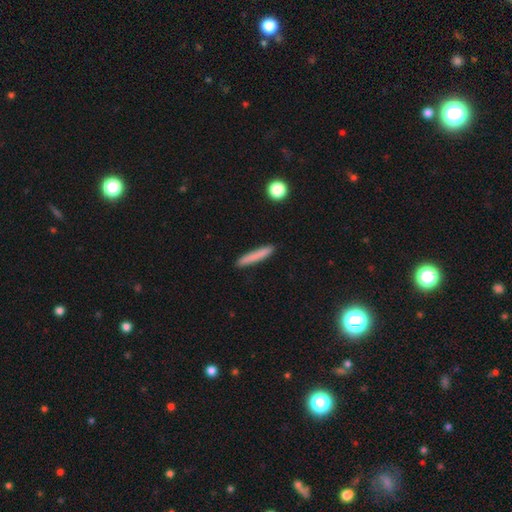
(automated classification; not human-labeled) Overall: smooth (79%). How rounded: cigar-shaped (95%). Merging: none (90%).